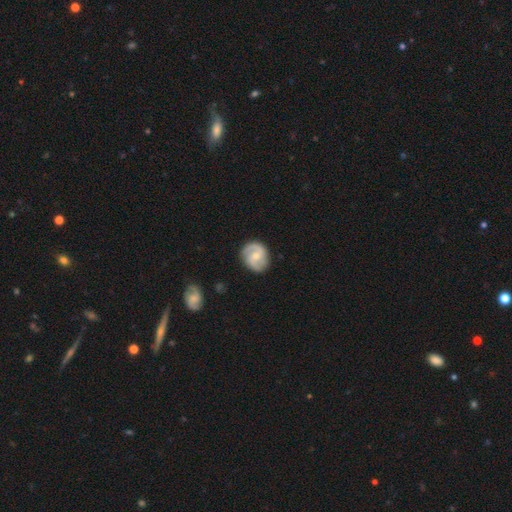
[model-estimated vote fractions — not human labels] A featured or disk galaxy (77%) with a weak bar (47%), 2 (87%) medium (50%) spiral arms (94%) and a small central bulge (49%). Merging: none (81%).